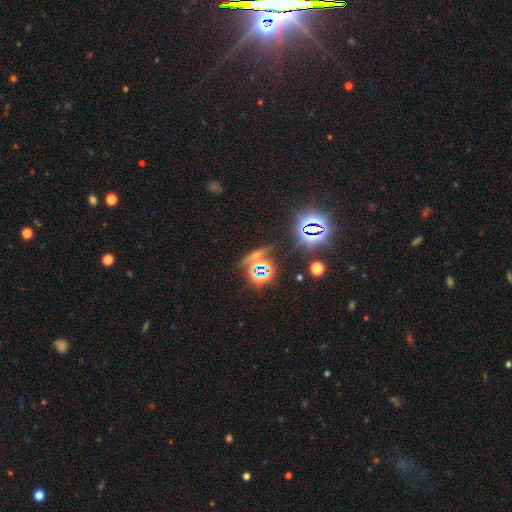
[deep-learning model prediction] Smooth or featured?
  - star or artifact: 70% *
  - smooth: 17%
  - featured or disk: 13%